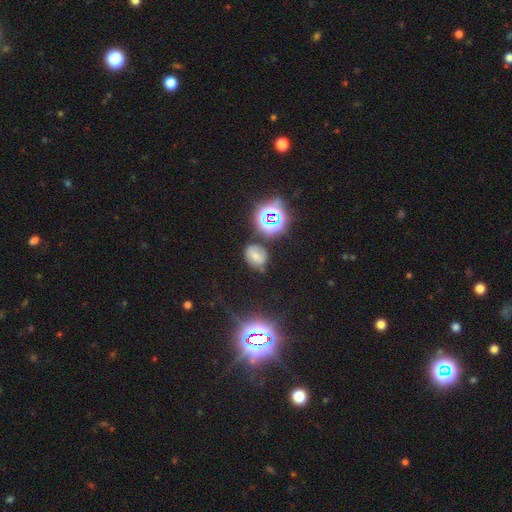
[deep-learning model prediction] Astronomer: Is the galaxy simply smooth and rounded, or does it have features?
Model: smooth — 48% (runner-up: star or artifact, 27%).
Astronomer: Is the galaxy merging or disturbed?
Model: none — 66%.